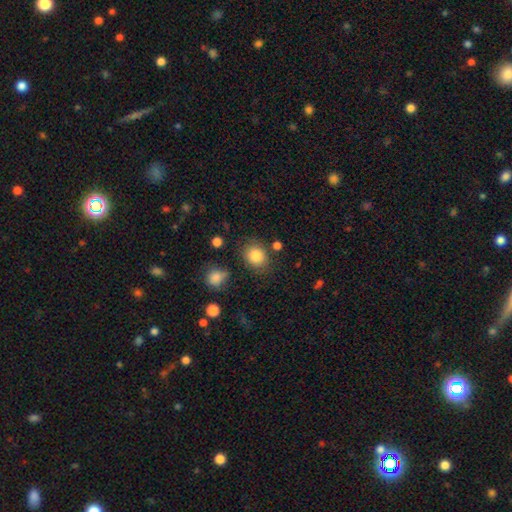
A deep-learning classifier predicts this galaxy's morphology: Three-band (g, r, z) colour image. It shows a smooth galaxy with no disk features (84%) that is round (63%). Merging: none (78%).